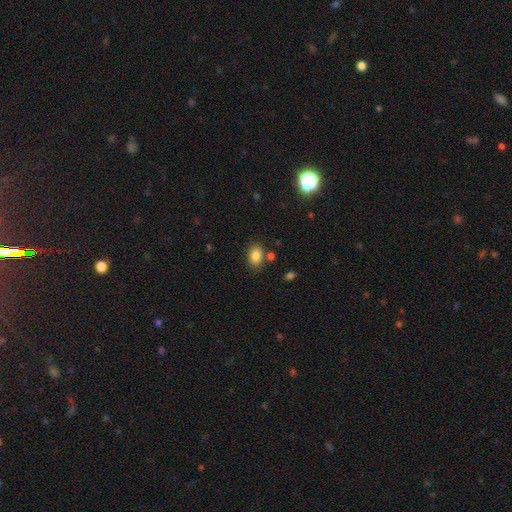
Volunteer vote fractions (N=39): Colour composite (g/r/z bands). It shows a smooth galaxy with no disk features (92%) that is in between round and cigar-shaped (67%). Merging: none (79%).